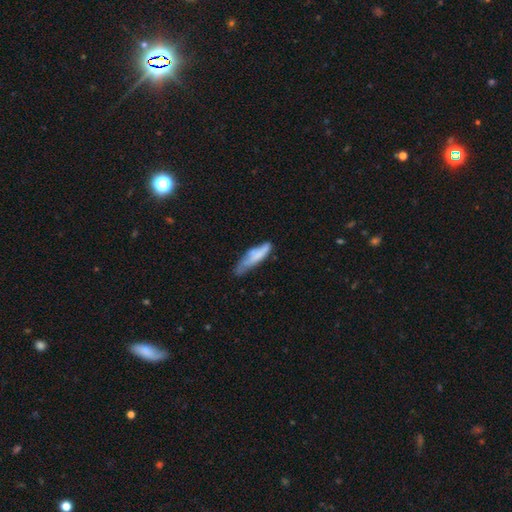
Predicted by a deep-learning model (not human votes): Smooth or featured: smooth — 67% (featured or disk — 26%)
How rounded: cigar-shaped — 65% (in between — 34%)
Merging: none — 41% (minor disturbance — 36%)